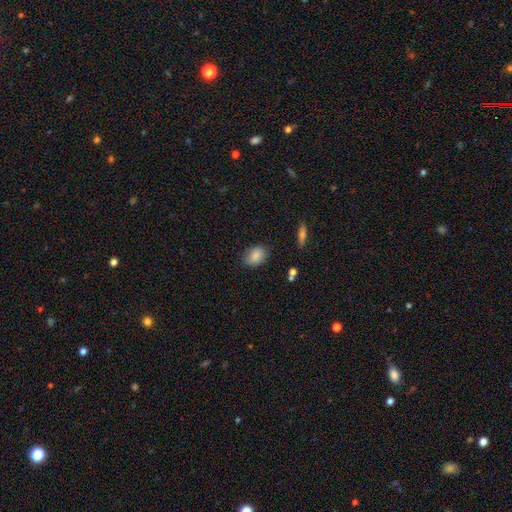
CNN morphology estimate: A smooth galaxy with no disk features (86%) that is in between round and cigar-shaped (74%). Merging: none (81%).